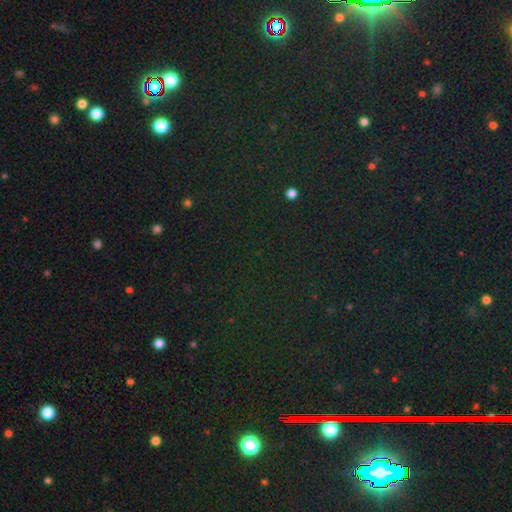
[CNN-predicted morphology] A star or artifact, not a galaxy (82%).